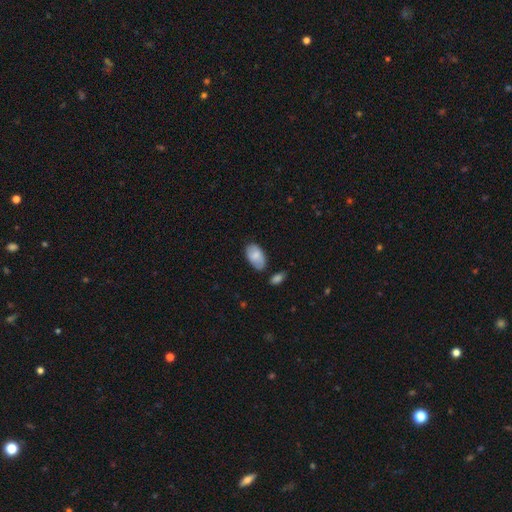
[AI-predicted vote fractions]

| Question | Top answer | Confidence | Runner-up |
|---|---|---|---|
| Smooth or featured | smooth | 78% | featured or disk (16%) |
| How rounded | in between | 95% | round (4%) |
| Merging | none | 67% | minor disturbance (22%) |